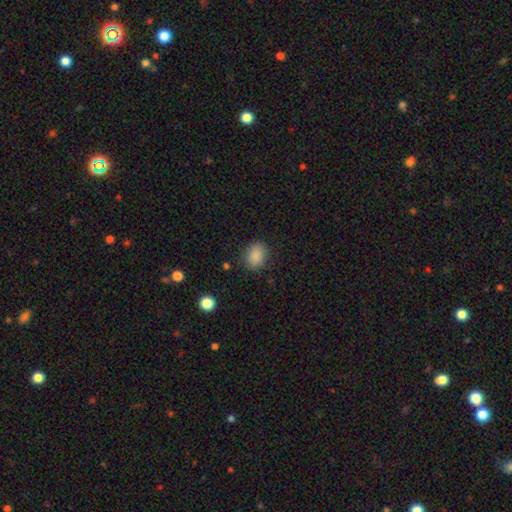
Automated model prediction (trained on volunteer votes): A smooth galaxy with no disk features (87%) that is in between round and cigar-shaped (69%).

Vote fractions:
- Smooth or featured? smooth: 87% / star or artifact: 9% / featured or disk: 4%
- How rounded? in between: 69% / round: 30% / cigar-shaped: 1%
- Merging? none: 84% / minor disturbance: 11% / major disturbance: 3% / merger: 1%